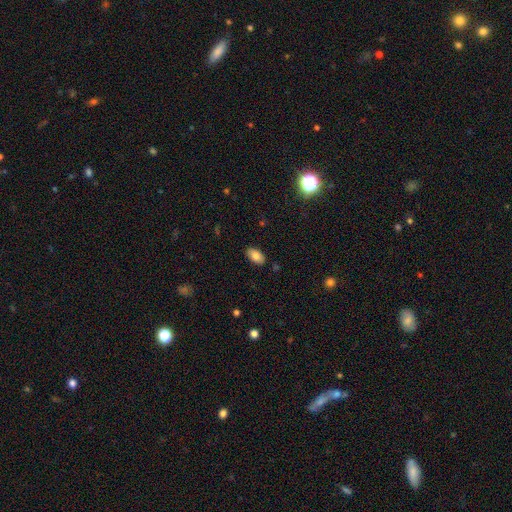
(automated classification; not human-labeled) smooth-or-featured: smooth: 82% | featured or disk: 10% | star or artifact: 8%
  how-rounded: in between: 94% | round: 5% | cigar-shaped: 2%
  merging: none: 87% | minor disturbance: 10% | major disturbance: 2% | merger: 1%